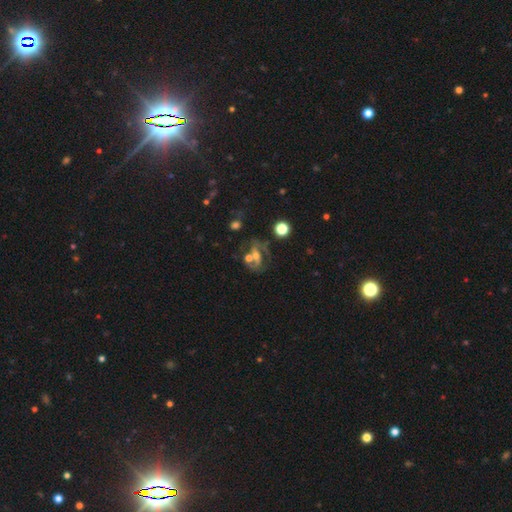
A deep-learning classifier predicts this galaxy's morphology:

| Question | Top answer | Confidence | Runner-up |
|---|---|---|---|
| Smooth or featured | featured or disk | 54% | star or artifact (23%) |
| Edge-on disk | no | 92% | yes (8%) |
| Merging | none | 43% | merger (26%) |